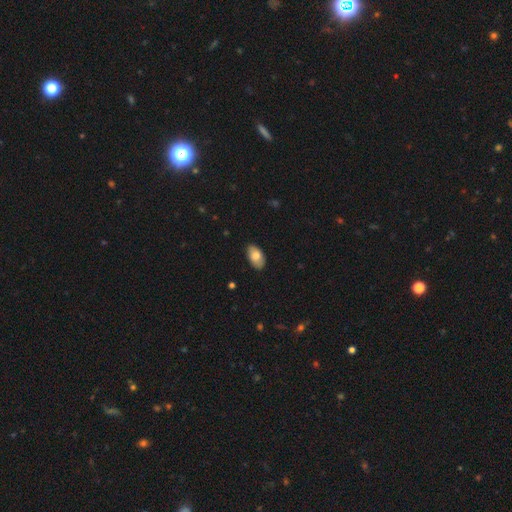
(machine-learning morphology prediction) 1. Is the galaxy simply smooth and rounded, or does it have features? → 79% smooth, 15% featured or disk, 6% star or artifact.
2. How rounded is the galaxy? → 94% in between, 4% round, 2% cigar-shaped.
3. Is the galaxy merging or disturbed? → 85% none, 12% minor disturbance, 2% major disturbance, 1% merger.